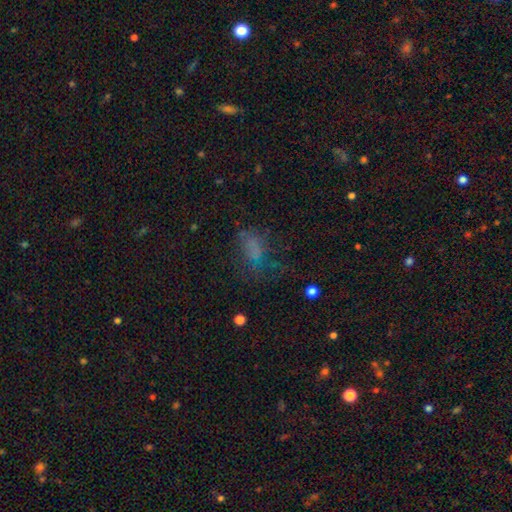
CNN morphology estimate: This is possibly a smooth galaxy (57%). How rounded: likely in between (80%). Merging: marginally none (40%).